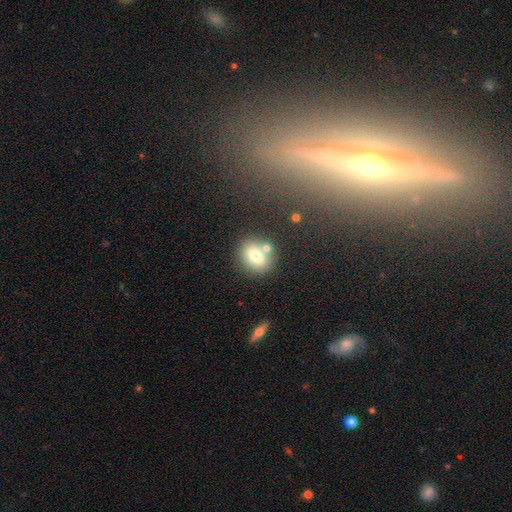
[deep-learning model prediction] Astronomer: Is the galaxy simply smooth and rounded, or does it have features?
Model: smooth — 73%.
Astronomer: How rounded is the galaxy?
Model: round — 55% (runner-up: in between, 43%).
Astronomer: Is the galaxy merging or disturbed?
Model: none — 68%.